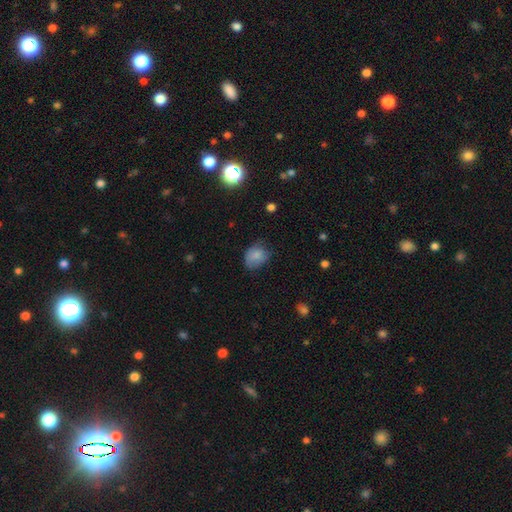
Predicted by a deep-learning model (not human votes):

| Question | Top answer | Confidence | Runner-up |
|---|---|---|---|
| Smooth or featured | smooth | 81% | star or artifact (10%) |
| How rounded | round | 51% | in between (48%) |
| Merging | none | 57% | minor disturbance (32%) |